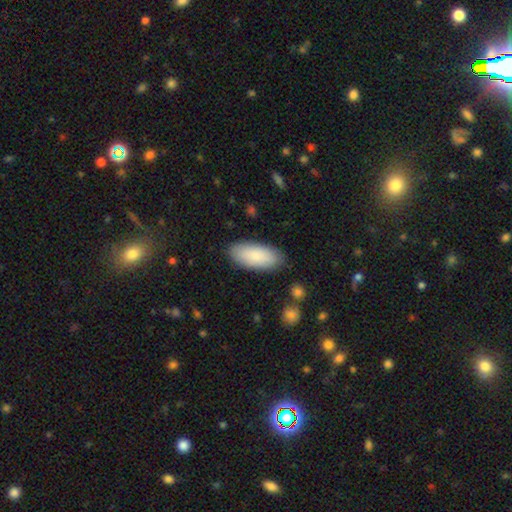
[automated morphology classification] Smooth or featured: smooth — 84% (featured or disk — 10%)
How rounded: in between — 88% (cigar-shaped — 10%)
Merging: none — 86% (minor disturbance — 10%)